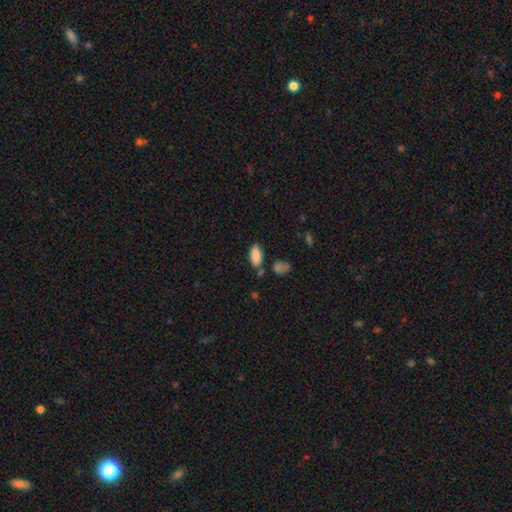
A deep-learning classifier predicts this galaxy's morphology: This is clearly a smooth galaxy (87%). How rounded: clearly in between (92%). Merging: likely none (70%).